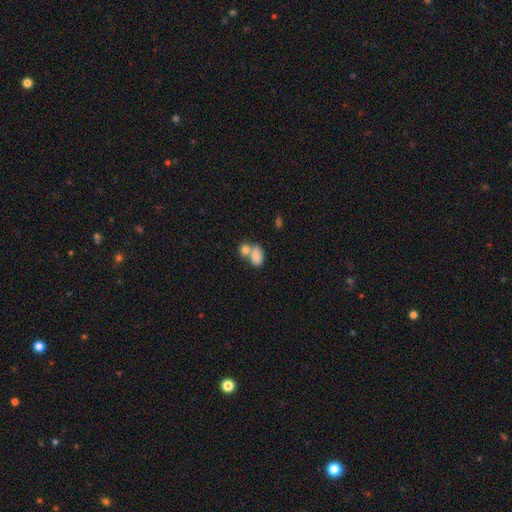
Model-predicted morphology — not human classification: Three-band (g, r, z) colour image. It shows a smooth galaxy with no disk features (83%) that is in between round and cigar-shaped (83%). Merging: merger (57%).